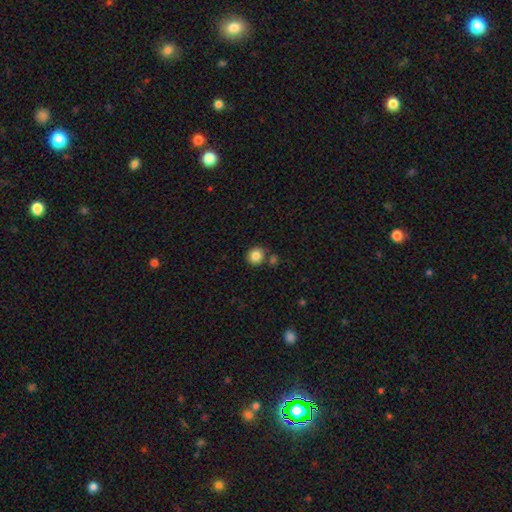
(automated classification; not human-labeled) Overall: smooth (85%). How rounded: round (89%). Merging: none (77%).